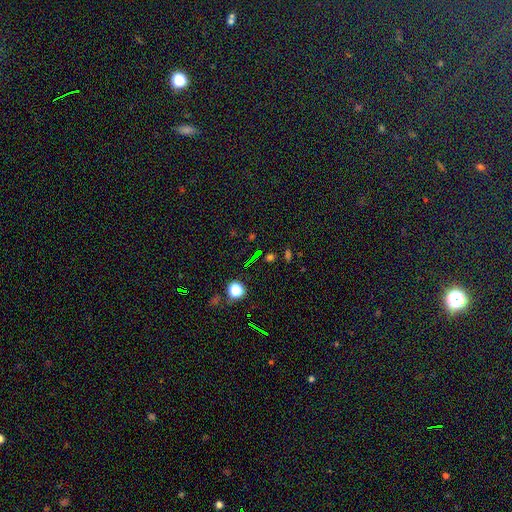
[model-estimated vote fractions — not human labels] Smooth or featured?
  - star or artifact: 61% *
  - smooth: 27%
  - featured or disk: 12%